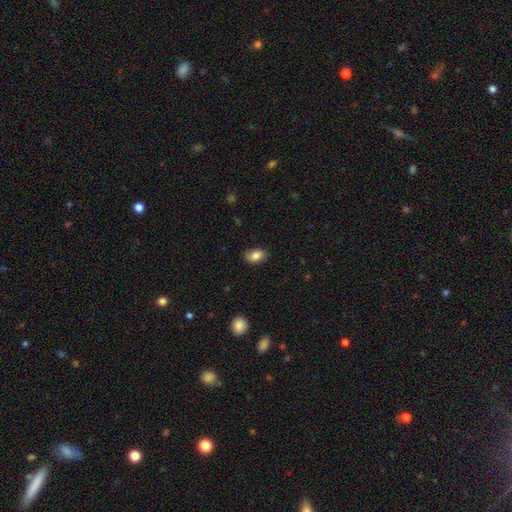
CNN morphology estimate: The model was most divided on "merging": none: 82%, minor disturbance: 14%, major disturbance: 3%, merger: 1%. More confident: how rounded — in between (86%); smooth or featured — smooth (82%).